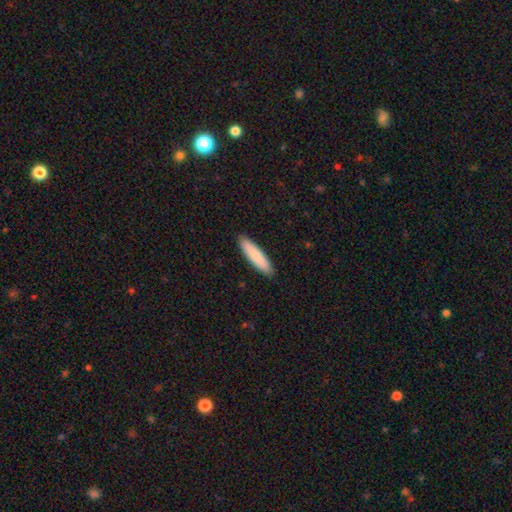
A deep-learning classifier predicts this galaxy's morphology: A smooth galaxy with no disk features (85%) that is cigar-shaped (81%).

Vote fractions:
- Smooth or featured? smooth: 85% / featured or disk: 9% / star or artifact: 5%
- How rounded? cigar-shaped: 81% / in between: 18% / round: 1%
- Merging? none: 91% / minor disturbance: 7% / major disturbance: 1% / merger: 1%